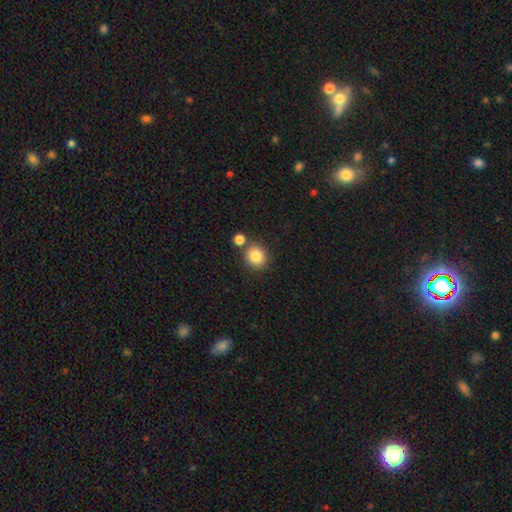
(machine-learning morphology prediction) smooth-or-featured: smooth: 84% | star or artifact: 10% | featured or disk: 6%
  how-rounded: round: 82% | in between: 17% | cigar-shaped: 1%
  merging: none: 71% | merger: 17% | minor disturbance: 9% | major disturbance: 3%